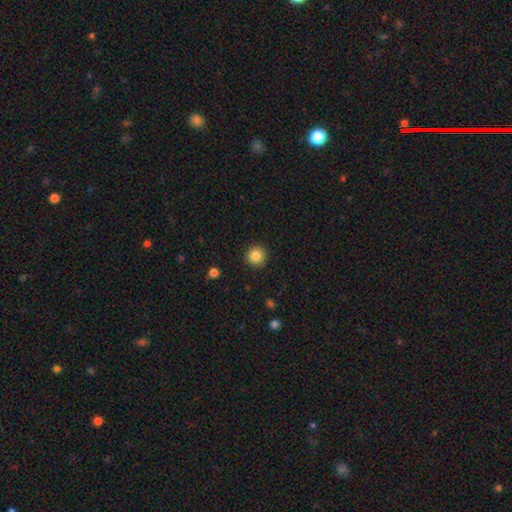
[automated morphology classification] smooth-or-featured: smooth: 84% | star or artifact: 11% | featured or disk: 5%
  how-rounded: round: 95% | in between: 4% | cigar-shaped: 1%
  merging: none: 92% | minor disturbance: 5% | major disturbance: 2% | merger: 1%